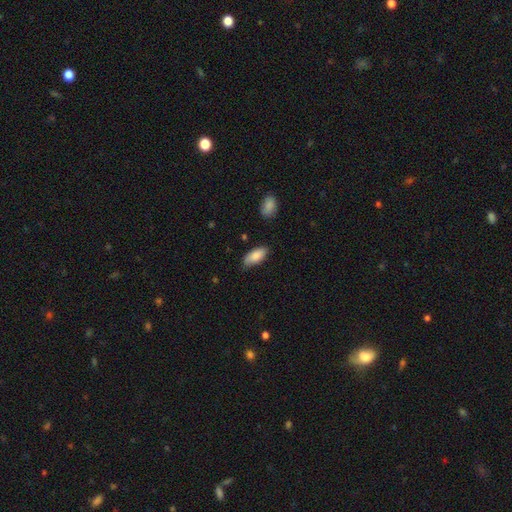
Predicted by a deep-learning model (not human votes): smooth_or_featured: smooth (p=0.86) [alt: featured or disk p=0.08]
how_rounded: in between (p=0.87) [alt: cigar-shaped p=0.11]
merging: none (p=0.72) [alt: minor disturbance p=0.22]